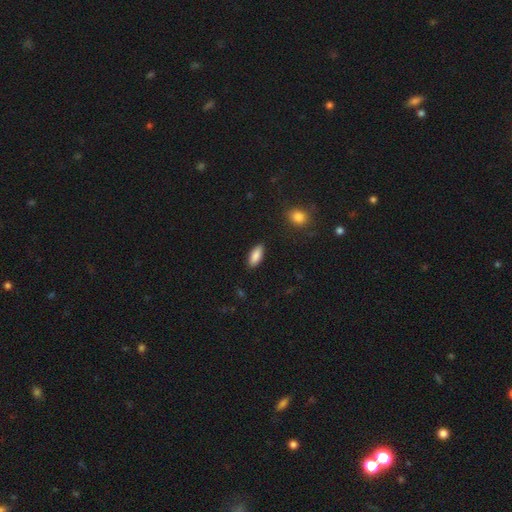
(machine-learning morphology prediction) smooth-or-featured: smooth: 88% | star or artifact: 6% | featured or disk: 6%
  how-rounded: in between: 85% | cigar-shaped: 14% | round: 2%
  merging: none: 87% | minor disturbance: 9% | major disturbance: 2% | merger: 1%